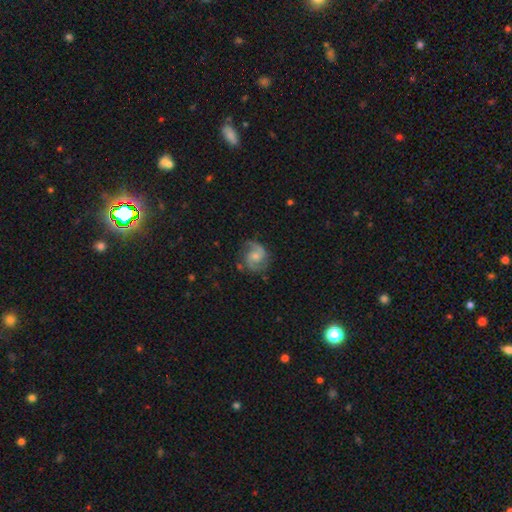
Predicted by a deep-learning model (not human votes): A featured or disk galaxy (83%) with no bar (61%), 2 (90%) medium (54%) spiral arms (97%) and a small central bulge (49%). Merging: none (76%).